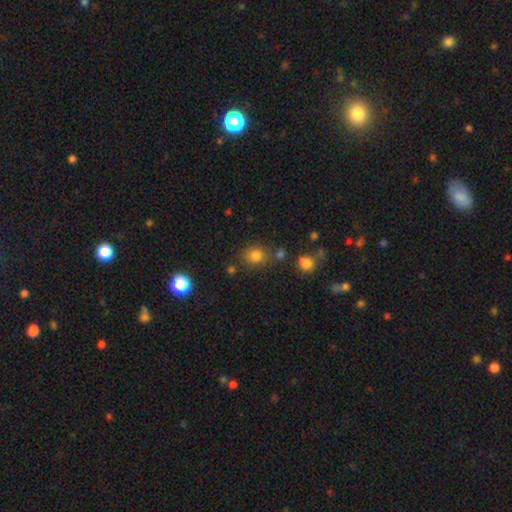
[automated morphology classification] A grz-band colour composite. It shows a smooth galaxy with no disk features (79%) that is round (72%). Merging: none (73%).